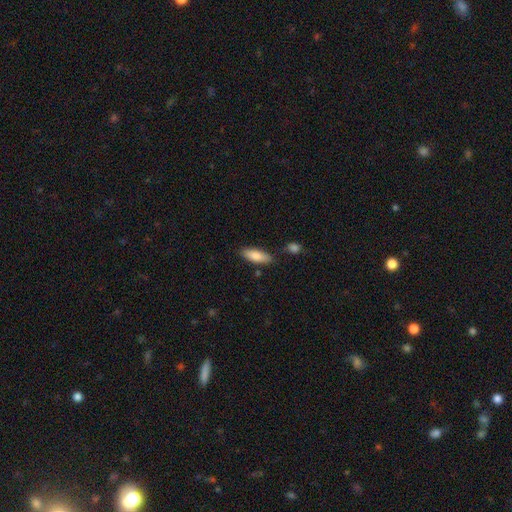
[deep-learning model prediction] smooth-or-featured: smooth: 82% | featured or disk: 12% | star or artifact: 6%
  how-rounded: in between: 66% | cigar-shaped: 32% | round: 2%
  merging: none: 79% | minor disturbance: 13% | merger: 5% | major disturbance: 3%